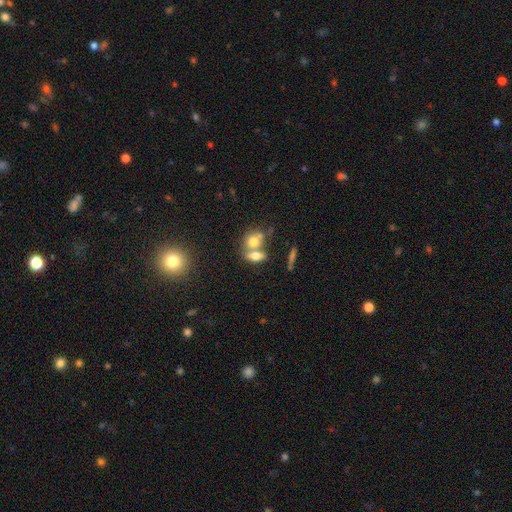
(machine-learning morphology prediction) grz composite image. It shows a smooth galaxy with no disk features (66%) that is in between round and cigar-shaped (69%). Merging: merger (52%).